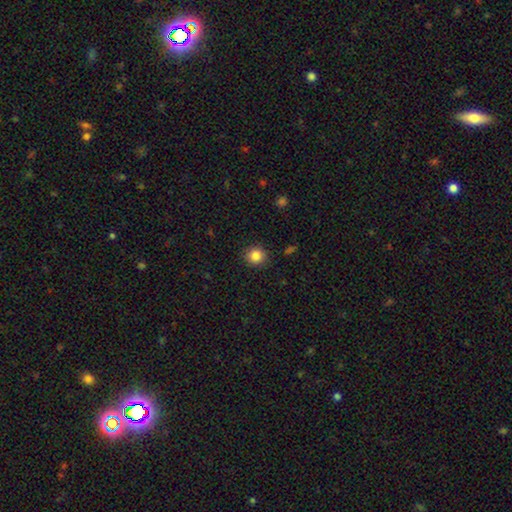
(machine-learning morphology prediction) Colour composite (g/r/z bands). It shows a smooth galaxy with no disk features (85%) that is round (88%). Merging: none (90%).